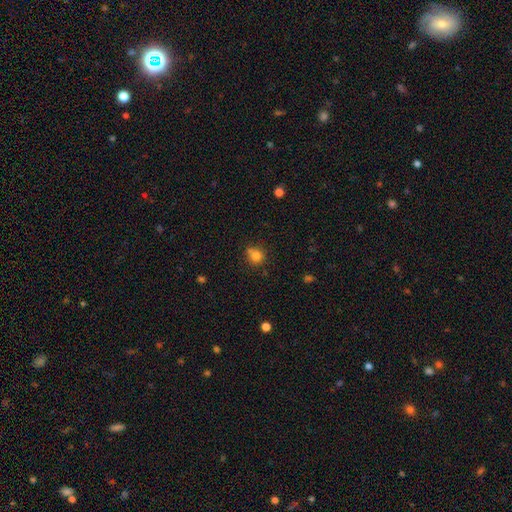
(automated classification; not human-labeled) Smooth or featured: smooth — 80% (star or artifact — 13%)
How rounded: round — 87% (in between — 12%)
Merging: none — 62% (merger — 19%)